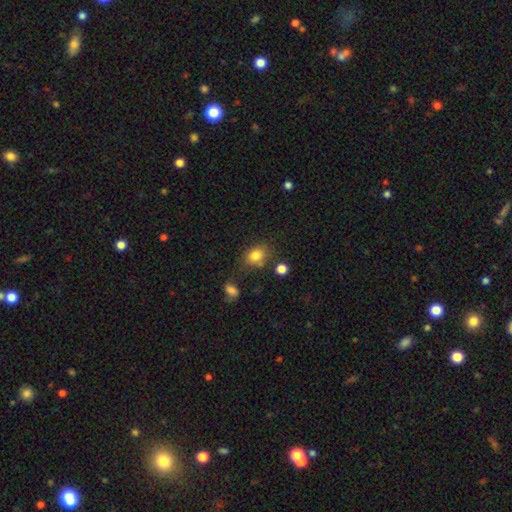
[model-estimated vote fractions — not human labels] This appears to be a smooth galaxy with no disk features (81%) that is in between round and cigar-shaped (62%). Merging: none (66%).